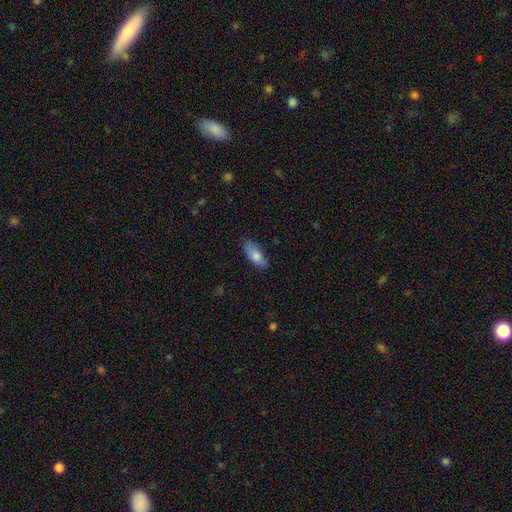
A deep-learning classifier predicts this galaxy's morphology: A smooth galaxy with no disk features (79%) that is in between round and cigar-shaped (76%).

Vote fractions:
- Smooth or featured? smooth: 79% / featured or disk: 15% / star or artifact: 7%
- How rounded? in between: 76% / cigar-shaped: 21% / round: 2%
- Merging? none: 79% / minor disturbance: 17% / major disturbance: 3% / merger: 1%